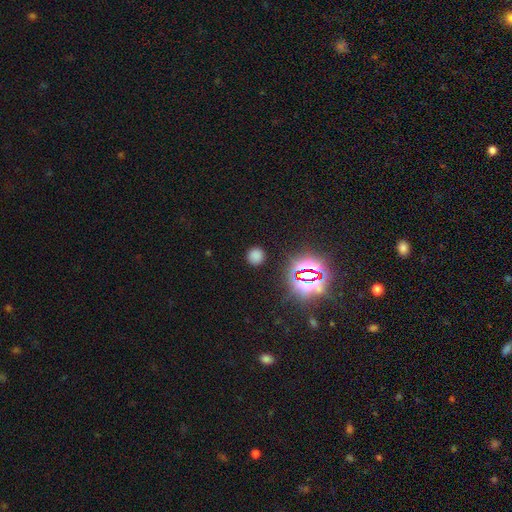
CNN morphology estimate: Q: Smooth or featured?
A: smooth (71%); runner-up: star or artifact (24%)
Q: How rounded?
A: round (91%); runner-up: in between (8%)
Q: Merging?
A: none (89%); runner-up: minor disturbance (7%)